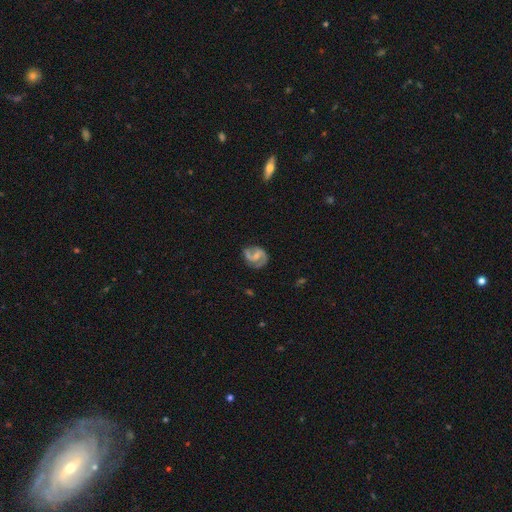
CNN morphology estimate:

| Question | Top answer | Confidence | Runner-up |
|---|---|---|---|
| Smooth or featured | featured or disk | 83% | smooth (12%) |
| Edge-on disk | no | 98% | yes (2%) |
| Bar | weak | 50% | no (31%) |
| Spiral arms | yes | 95% | no (5%) |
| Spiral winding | medium | 53% | loose (27%) |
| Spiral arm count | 2 | 89% | 1 (4%) |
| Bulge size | small | 45% | none (26%) |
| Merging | none | 71% | minor disturbance (18%) |